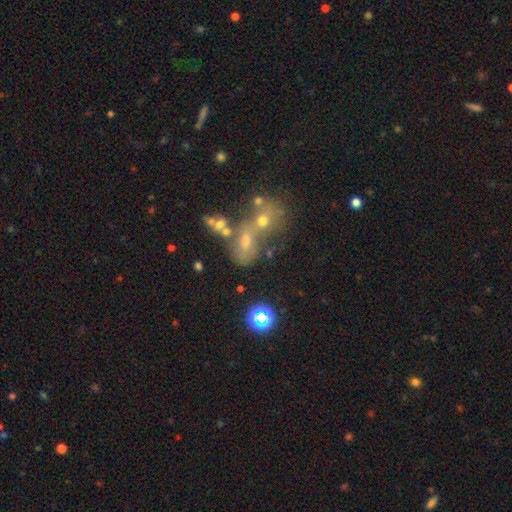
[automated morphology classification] smooth-or-featured: featured or disk: 36% | smooth: 32% | star or artifact: 31%
  merging: merger: 49% | none: 32% | major disturbance: 10% | minor disturbance: 9%